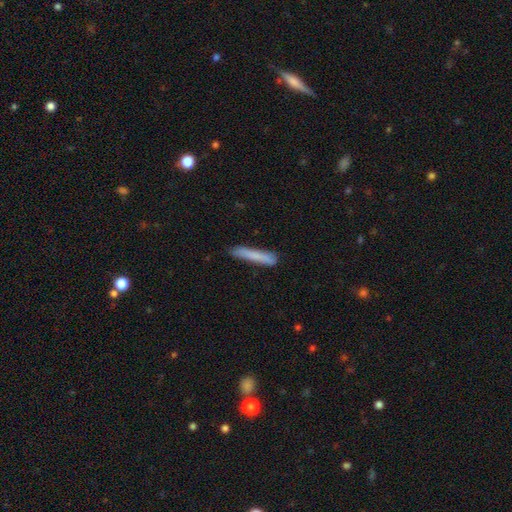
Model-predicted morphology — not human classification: Smooth or featured: smooth — 75% (featured or disk — 19%)
How rounded: cigar-shaped — 95% (in between — 3%)
Merging: none — 81% (minor disturbance — 15%)